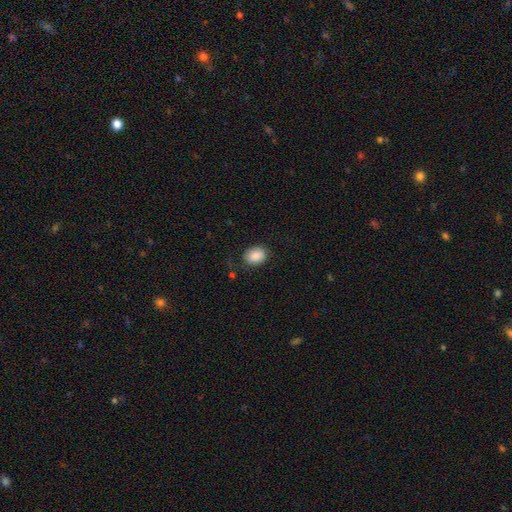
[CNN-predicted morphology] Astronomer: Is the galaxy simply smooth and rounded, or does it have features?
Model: smooth — 88%.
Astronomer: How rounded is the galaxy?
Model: in between — 61% (runner-up: round, 38%).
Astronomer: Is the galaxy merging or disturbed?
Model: none — 83%.